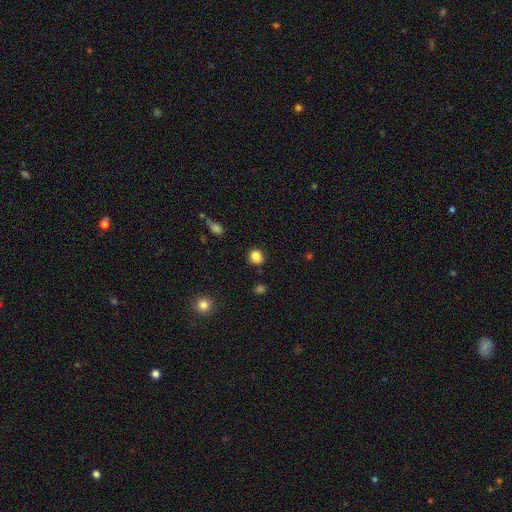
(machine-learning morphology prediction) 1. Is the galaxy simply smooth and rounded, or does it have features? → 84% smooth, 11% star or artifact, 5% featured or disk.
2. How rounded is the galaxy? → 81% round, 18% in between, 1% cigar-shaped.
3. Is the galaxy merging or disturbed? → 84% none, 11% minor disturbance, 3% major disturbance, 2% merger.